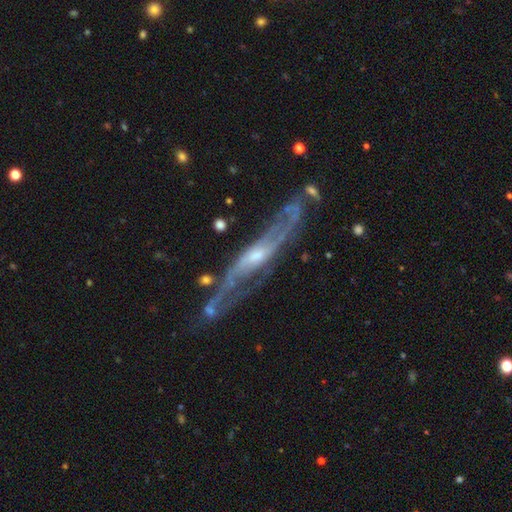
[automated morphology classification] Smooth or featured? Predicted: featured or disk (p=0.86). Edge-on disk? Predicted: no (p=0.65). Bar? Predicted: weak (p=0.41). Spiral arms? Predicted: yes (p=0.91). Spiral winding? Predicted: medium (p=0.41). Spiral arm count? Predicted: 2 (p=0.75). Bulge size? Predicted: small (p=0.47). Merging? Predicted: none (p=0.58).